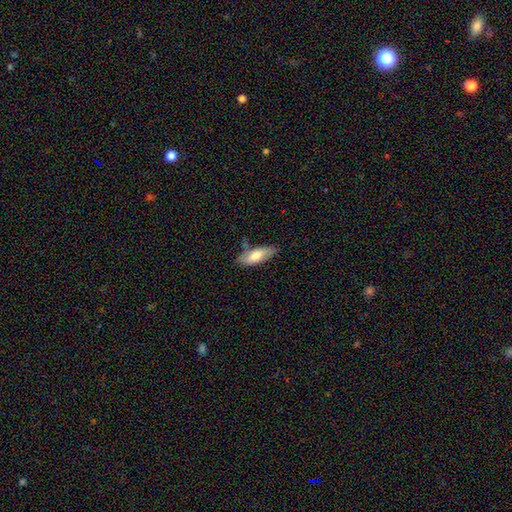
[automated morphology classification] Overall: smooth (73%). How rounded: in between (69%). Merging: none (68%).